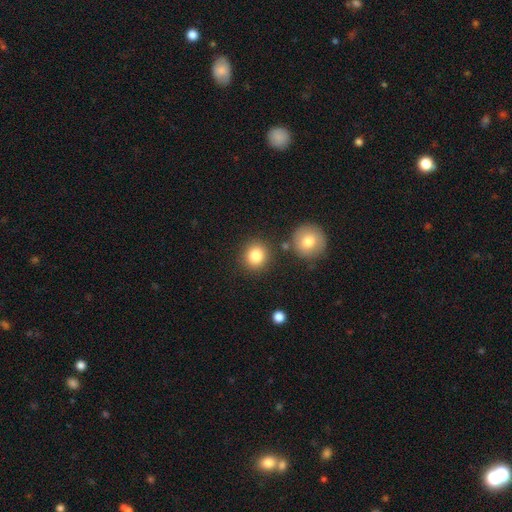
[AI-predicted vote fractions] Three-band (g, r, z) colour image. It shows a smooth galaxy with no disk features (83%) that is round (87%). Merging: none (82%).